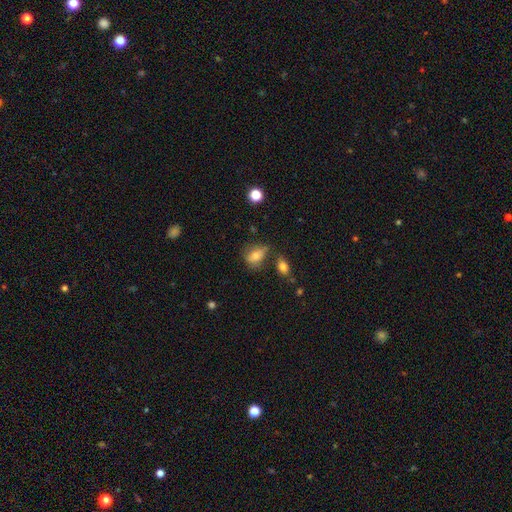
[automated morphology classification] A smooth galaxy with no disk features (73%) that is in between round and cigar-shaped (73%). Merging: none (53%).